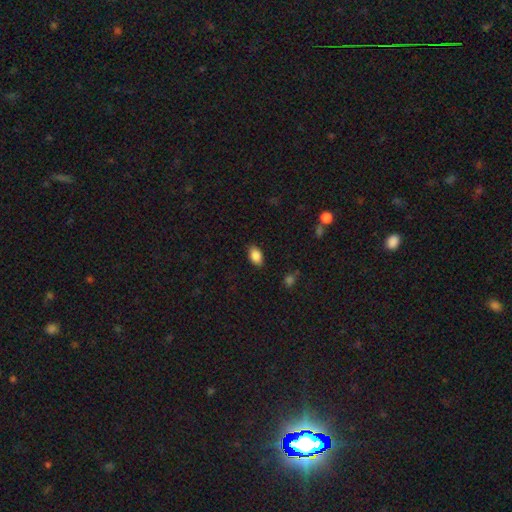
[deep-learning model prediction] Overall: smooth (87%). How rounded: in between (88%). Merging: none (85%).